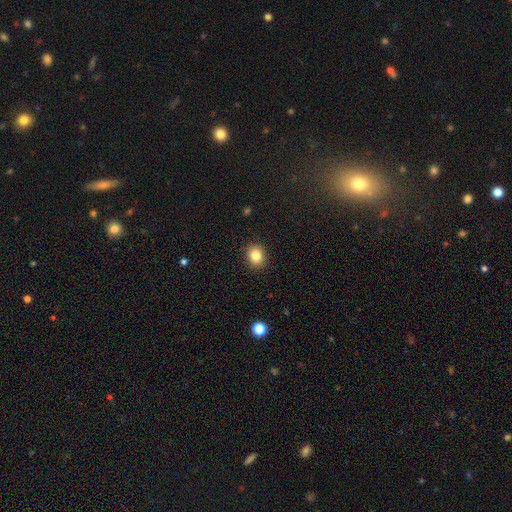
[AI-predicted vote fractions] This is clearly a smooth galaxy (83%). How rounded: likely round (73%). Merging: clearly none (91%).